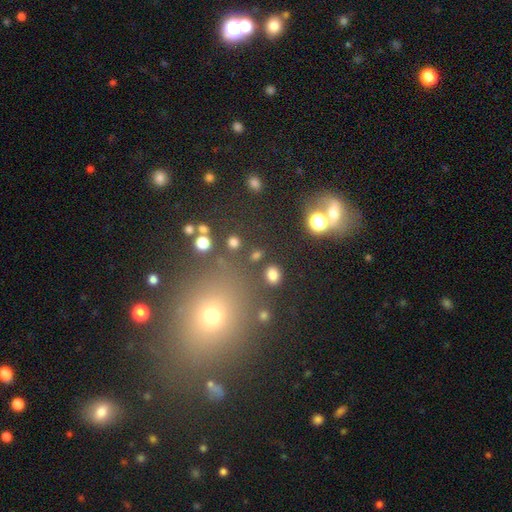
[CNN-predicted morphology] The model was most divided on "smooth or featured": smooth: 66%, star or artifact: 26%, featured or disk: 8%. More confident: merging — none (79%); how rounded — round (74%).